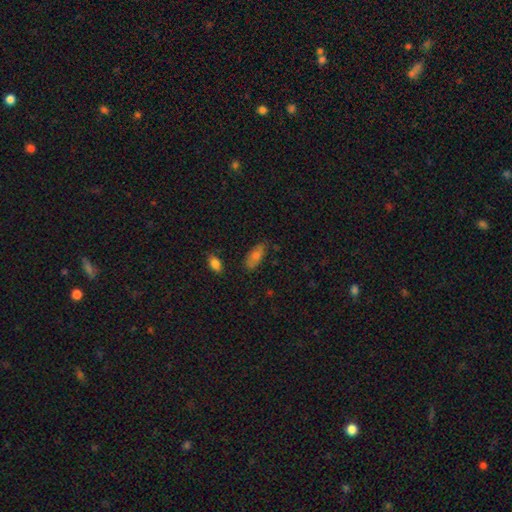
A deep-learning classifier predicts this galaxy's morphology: A smooth galaxy with no disk features (69%) that is in between round and cigar-shaped (84%). Merging: none (76%).